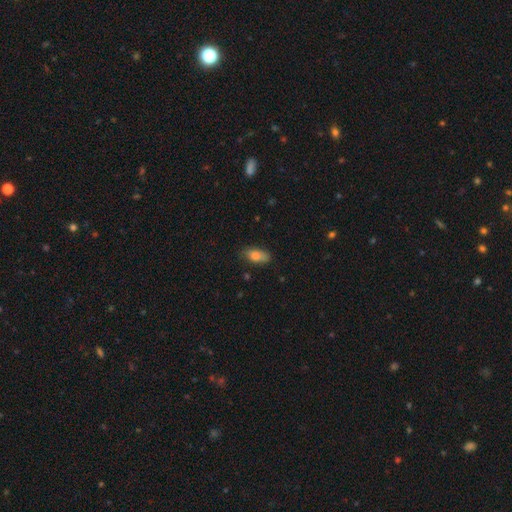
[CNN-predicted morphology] smooth_or_featured: smooth (p=0.80) [alt: featured or disk p=0.13]
how_rounded: in between (p=0.86) [alt: cigar-shaped p=0.10]
merging: none (p=0.78) [alt: minor disturbance p=0.18]